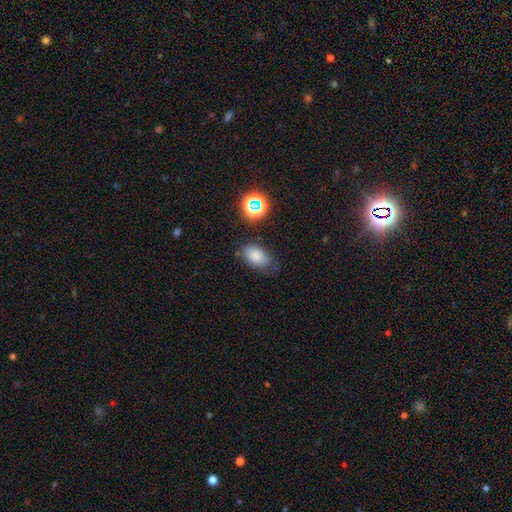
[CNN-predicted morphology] Overall: smooth (79%). How rounded: in between (88%). Merging: none (66%).